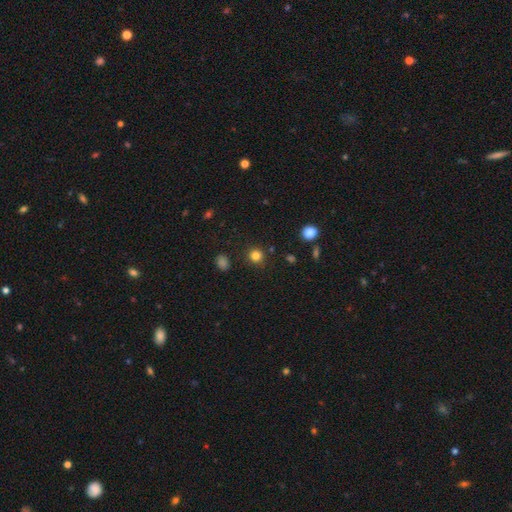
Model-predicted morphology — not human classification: smooth-or-featured: smooth: 82% | star or artifact: 13% | featured or disk: 5%
  how-rounded: round: 91% | in between: 8% | cigar-shaped: 1%
  merging: none: 89% | minor disturbance: 7% | major disturbance: 2% | merger: 2%